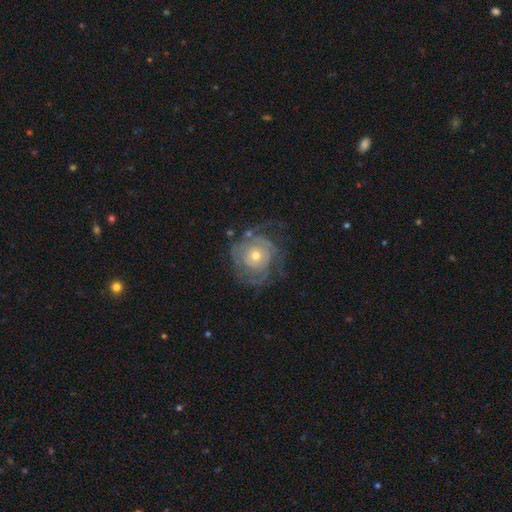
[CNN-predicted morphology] Q: Smooth or featured?
A: featured or disk (79%); runner-up: smooth (14%)
Q: Edge-on disk?
A: no (97%); runner-up: yes (3%)
Q: Bar?
A: no (82%); runner-up: weak (14%)
Q: Spiral arms?
A: yes (85%); runner-up: no (15%)
Q: Spiral winding?
A: tight (64%); runner-up: medium (25%)
Q: Spiral arm count?
A: can't tell (41%); runner-up: 2 (22%)
Q: Bulge size?
A: moderate (51%); runner-up: small (44%)
Q: Merging?
A: none (60%); runner-up: minor disturbance (19%)